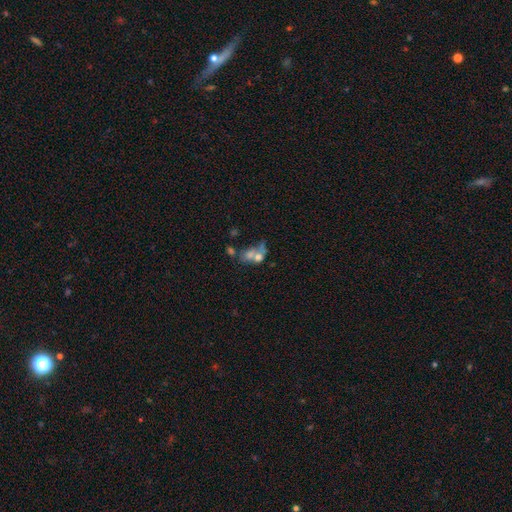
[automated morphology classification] Smooth or featured? smooth (55%)
How rounded? in between (61%)
Merging? merger (60%)